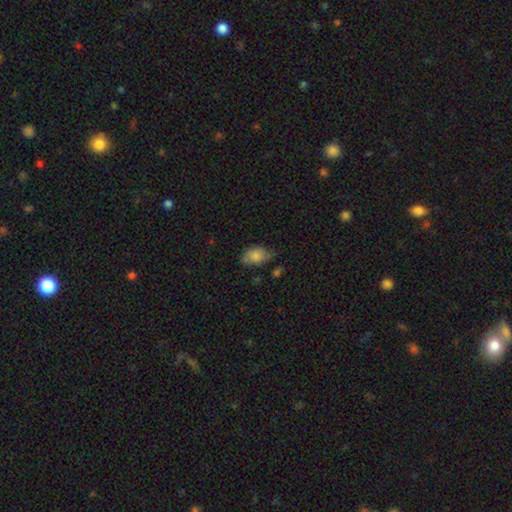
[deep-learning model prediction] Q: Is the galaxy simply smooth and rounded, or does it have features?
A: smooth — 75%.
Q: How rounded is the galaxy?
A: in between — 82%.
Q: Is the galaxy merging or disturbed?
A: none — 53%.